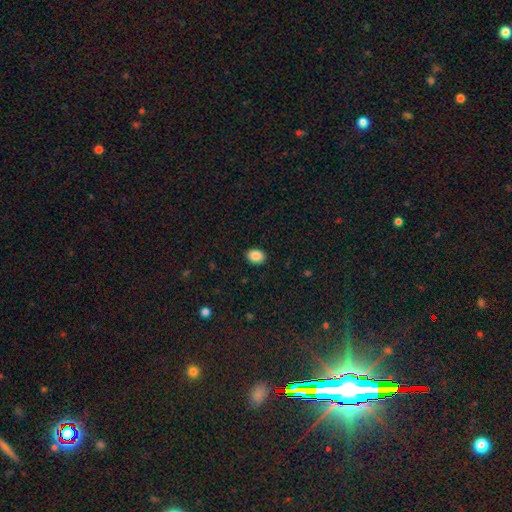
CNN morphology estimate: Smooth or featured? Predicted: smooth (p=0.88). How rounded? Predicted: in between (p=0.59). Merging? Predicted: none (p=0.90).